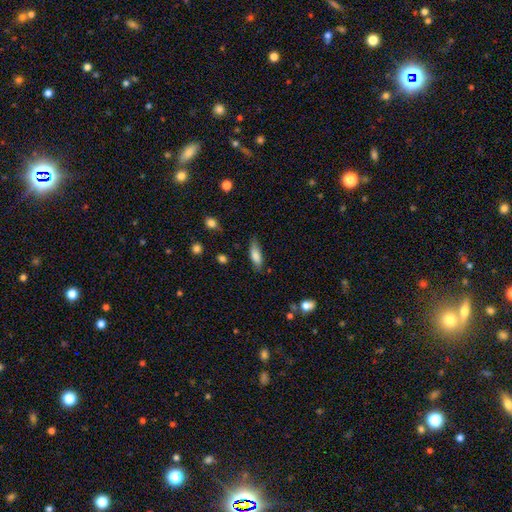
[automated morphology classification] smooth 80%, featured or disk 13%, star or artifact 7%. Down the decision tree: how rounded — in between (55%); merging — none (74%).